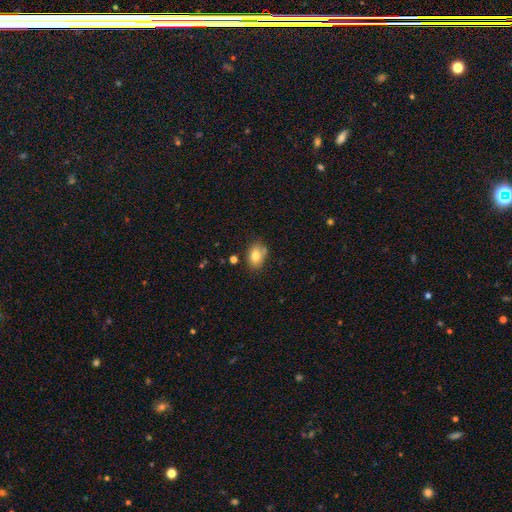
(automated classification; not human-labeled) smooth-or-featured: smooth: 78% | featured or disk: 13% | star or artifact: 9%
  how-rounded: in between: 77% | round: 21% | cigar-shaped: 1%
  merging: none: 66% | minor disturbance: 21% | merger: 8% | major disturbance: 5%